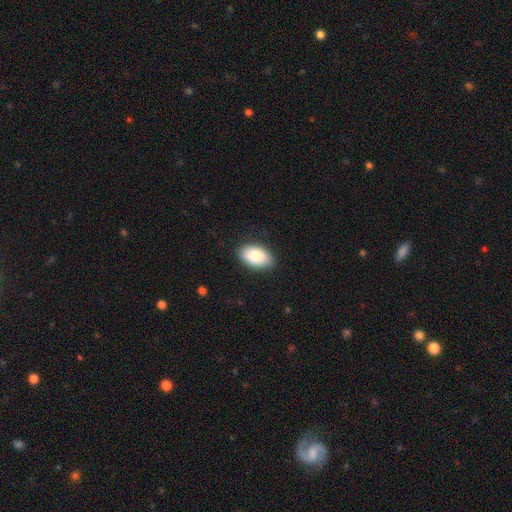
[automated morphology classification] Smooth or featured?
  - smooth: 84% *
  - featured or disk: 9%
  - star or artifact: 6%
How rounded?
  - in between: 93% *
  - round: 6%
  - cigar-shaped: 1%
Merging?
  - none: 86% *
  - minor disturbance: 11%
  - major disturbance: 2%
  - merger: 1%